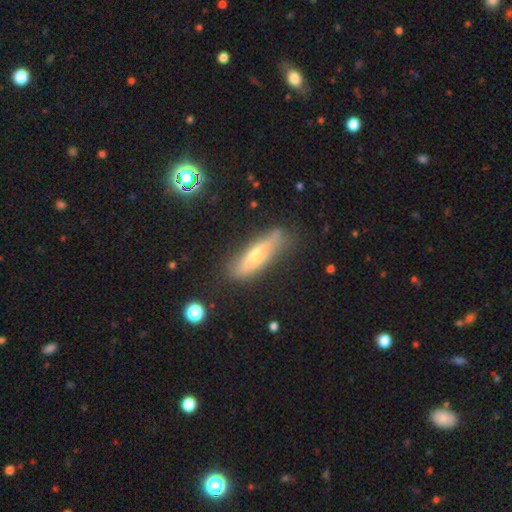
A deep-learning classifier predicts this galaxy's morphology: Smooth or featured? Predicted: featured or disk (p=0.50). Merging? Predicted: none (p=0.78).